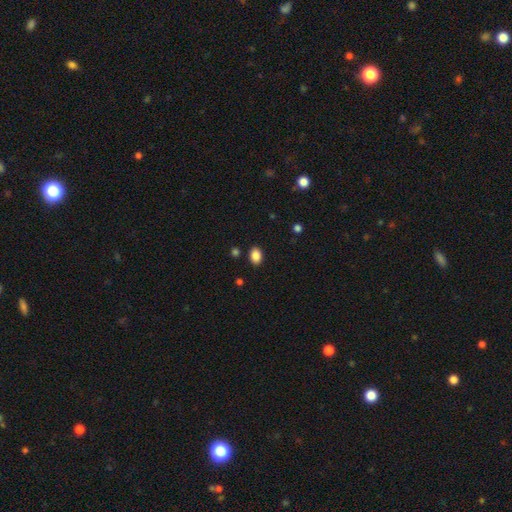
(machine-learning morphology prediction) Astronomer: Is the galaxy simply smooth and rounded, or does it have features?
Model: smooth — 87%.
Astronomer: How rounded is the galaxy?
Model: in between — 77%.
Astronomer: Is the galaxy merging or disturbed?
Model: none — 88%.